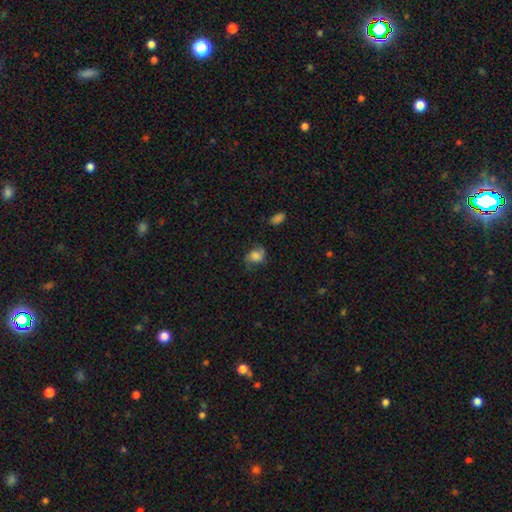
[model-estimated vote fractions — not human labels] Smooth or featured? smooth (69%)
How rounded? in between (56%)
Merging? none (55%)